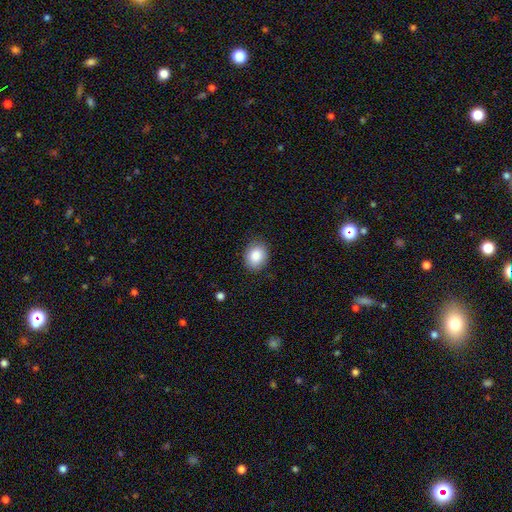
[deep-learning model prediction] smooth_or_featured: smooth (p=0.86) [alt: star or artifact p=0.08]
how_rounded: in between (p=0.50) [alt: round p=0.49]
merging: none (p=0.86) [alt: minor disturbance p=0.10]